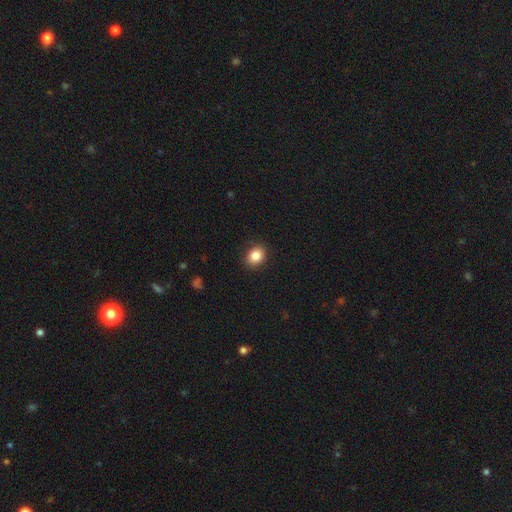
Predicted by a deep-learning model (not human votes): The model was most divided on "how rounded": round: 51%, in between: 48%, cigar-shaped: 1%. More confident: merging — none (89%); smooth or featured — smooth (85%).